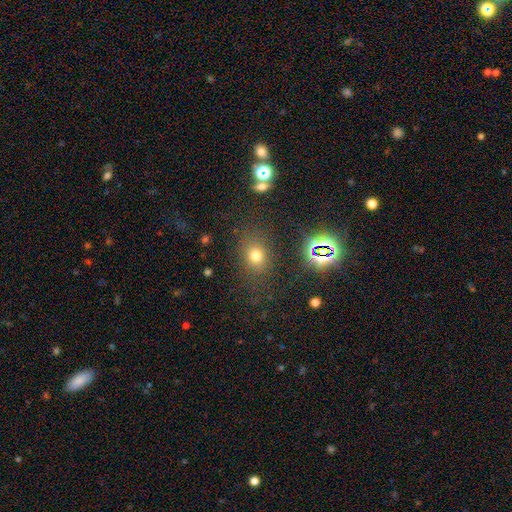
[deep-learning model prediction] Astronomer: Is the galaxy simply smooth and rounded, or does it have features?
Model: smooth — 70%.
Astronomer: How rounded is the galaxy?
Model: round — 55% (runner-up: in between, 43%).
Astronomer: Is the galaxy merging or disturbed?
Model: none — 80%.